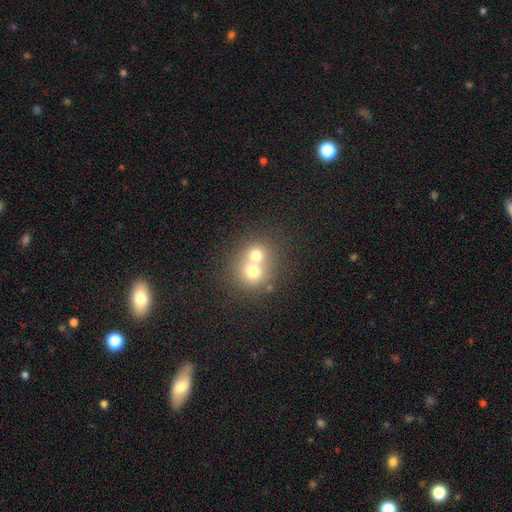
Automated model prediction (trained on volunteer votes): A smooth galaxy with no disk features (67%) that is round (80%). Merging: merger (67%).